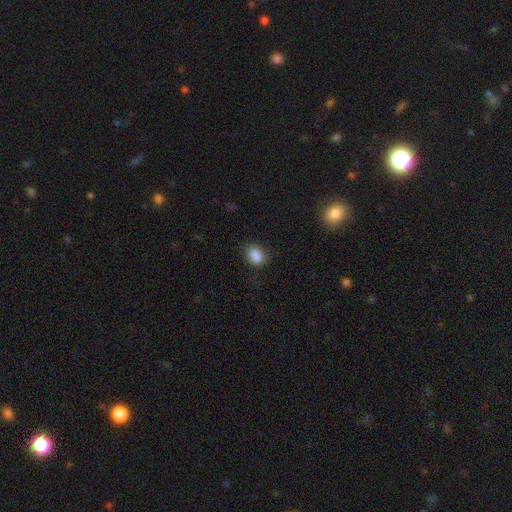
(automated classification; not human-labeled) Morphology: type=smooth (87%); roundness=in between (70%); merging=none (78%).